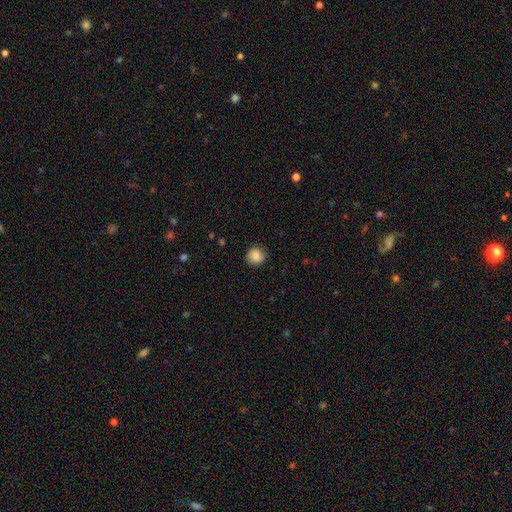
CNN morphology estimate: smooth-or-featured: smooth: 86% | star or artifact: 9% | featured or disk: 5%
  how-rounded: round: 89% | in between: 10% | cigar-shaped: 1%
  merging: none: 87% | minor disturbance: 10% | major disturbance: 2% | merger: 1%